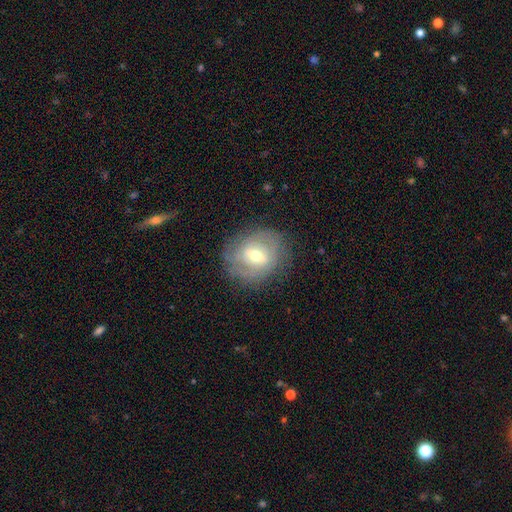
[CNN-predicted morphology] The model was most divided on "spiral arm count": can't tell: 44%, 2: 32%, 3: 11%, 1: 5%, 4: 5%, more than 4: 3%. Remaining: edge-on disk — no (96%); merging — none (77%); spiral arms — yes (77%); smooth or featured — featured or disk (71%); bulge size — moderate (66%); spiral winding — tight (66%); bar — weak (50%).